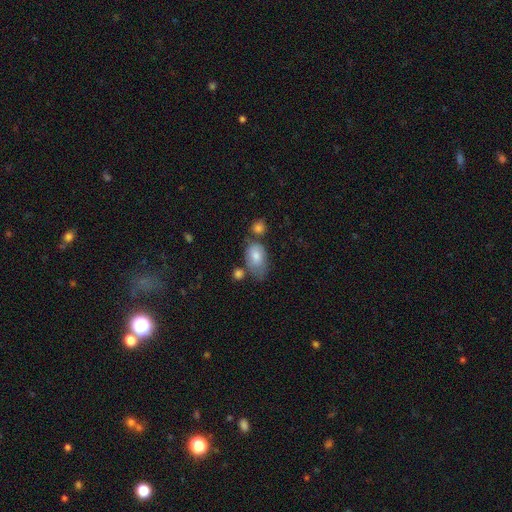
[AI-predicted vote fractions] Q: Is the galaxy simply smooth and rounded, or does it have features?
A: smooth — 69%.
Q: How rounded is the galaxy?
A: in between — 90%.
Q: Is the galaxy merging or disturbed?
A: none — 40%.